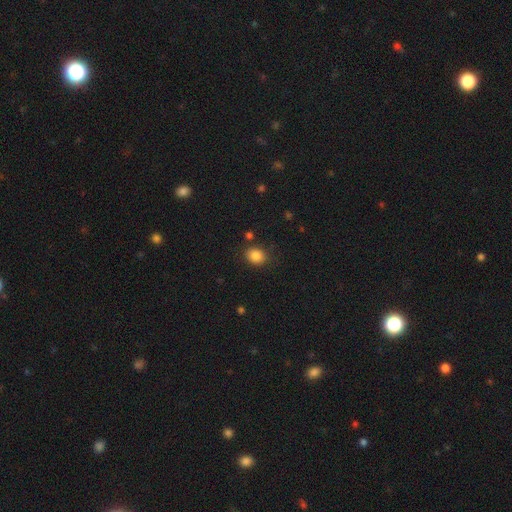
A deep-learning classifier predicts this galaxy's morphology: type=smooth (85%); roundness=in between (51%); merging=none (83%).